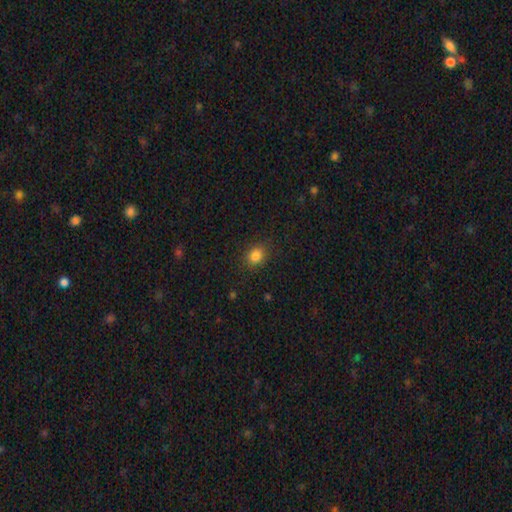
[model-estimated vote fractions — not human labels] Overall: smooth (84%). How rounded: round (51%; in between 48%). Merging: none (87%).